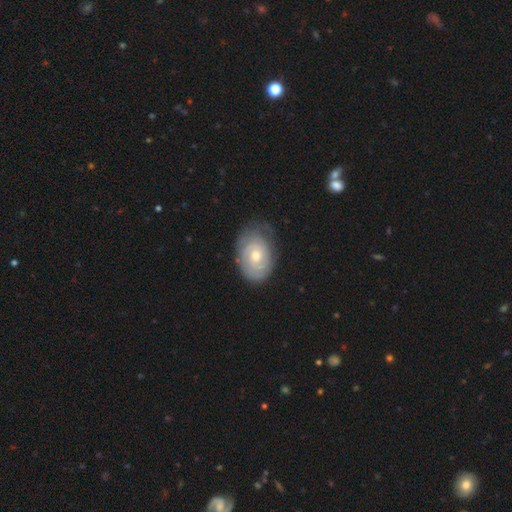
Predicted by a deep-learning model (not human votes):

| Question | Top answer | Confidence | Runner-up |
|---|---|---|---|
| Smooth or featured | featured or disk | 68% | smooth (26%) |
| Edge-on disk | no | 96% | yes (4%) |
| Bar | no | 73% | weak (24%) |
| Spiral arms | yes | 87% | no (13%) |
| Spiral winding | tight | 74% | medium (20%) |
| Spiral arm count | can't tell | 44% | 2 (35%) |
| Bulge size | moderate | 60% | small (35%) |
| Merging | none | 72% | minor disturbance (21%) |